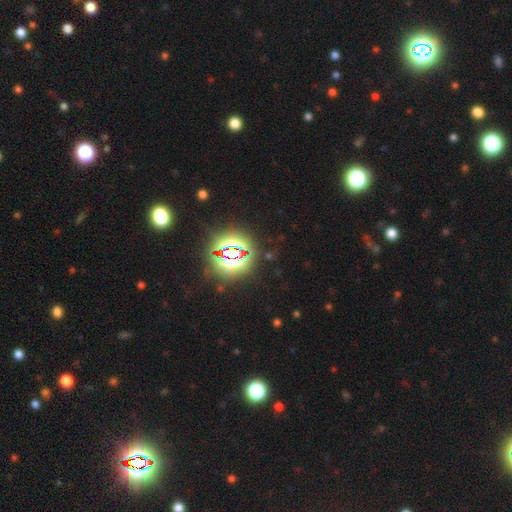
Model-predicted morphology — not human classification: Smooth or featured: star or artifact — 81% (smooth — 12%)